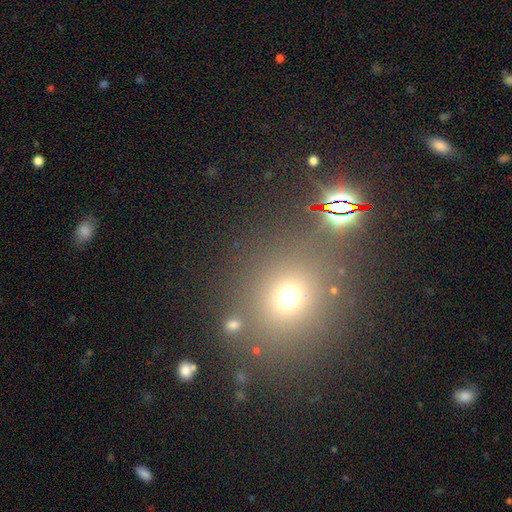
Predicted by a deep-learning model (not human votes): Smooth or featured? Predicted: smooth (p=0.55). How rounded? Predicted: round (p=0.84). Merging? Predicted: none (p=0.83).